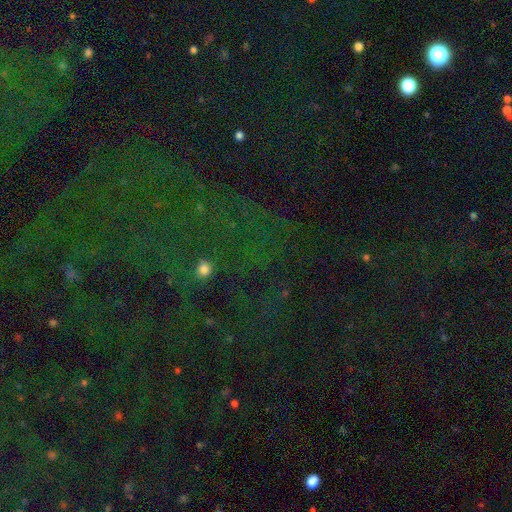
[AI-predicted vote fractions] star or artifact 73%, smooth 17%, featured or disk 10%.